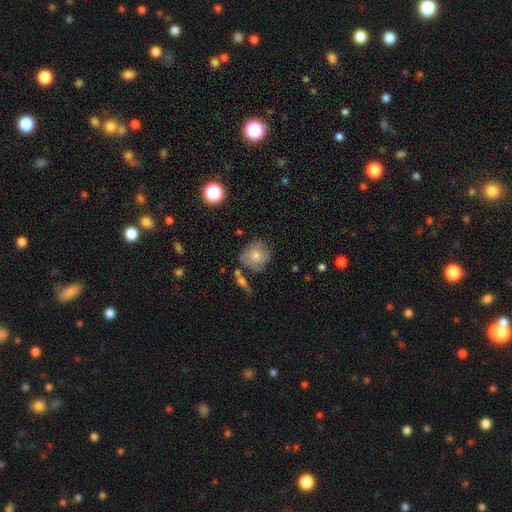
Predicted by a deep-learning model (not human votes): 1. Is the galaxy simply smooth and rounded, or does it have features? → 61% smooth, 27% featured or disk, 12% star or artifact.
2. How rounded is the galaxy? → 84% round, 15% in between, 1% cigar-shaped.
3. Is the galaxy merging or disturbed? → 66% none, 20% minor disturbance, 9% merger, 6% major disturbance.